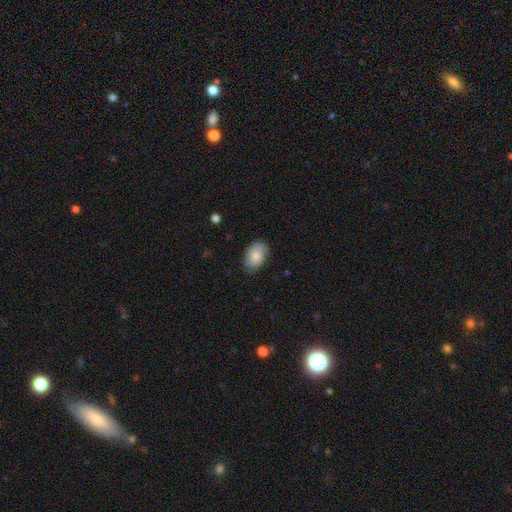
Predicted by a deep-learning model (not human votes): Smooth or featured: smooth — 83% (featured or disk — 11%)
How rounded: in between — 90% (round — 8%)
Merging: none — 79% (minor disturbance — 17%)